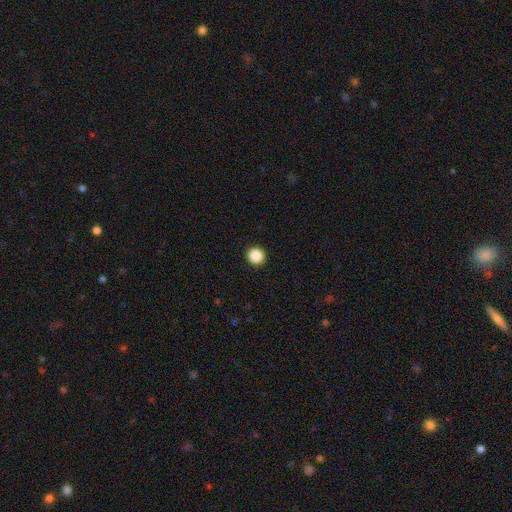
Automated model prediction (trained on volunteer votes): The model was most divided on "smooth or featured": smooth: 87%, star or artifact: 10%, featured or disk: 3%. More confident: how rounded — round (96%); merging — none (94%).